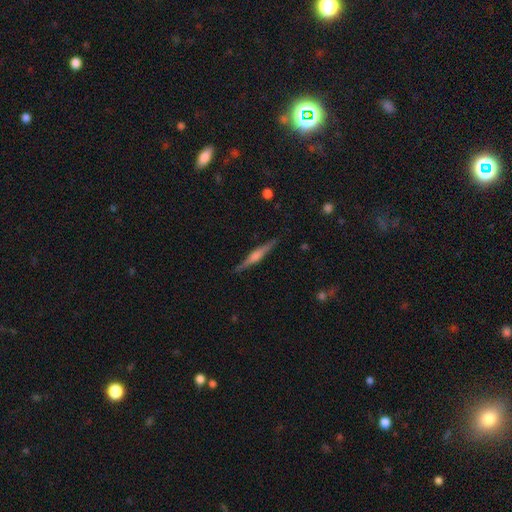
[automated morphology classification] featured or disk 75%, smooth 19%, star or artifact 6%. Down the decision tree: edge-on disk — yes (98%); edge-on bulge — rounded (74%); merging — none (90%).